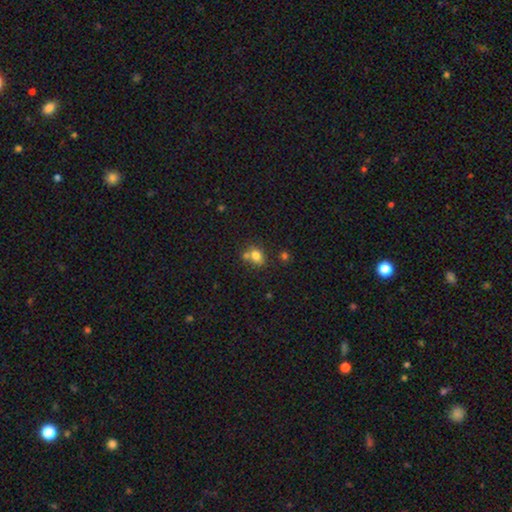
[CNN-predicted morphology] smooth_or_featured: smooth (p=0.77) [alt: star or artifact p=0.12]
how_rounded: in between (p=0.57) [alt: round p=0.42]
merging: none (p=0.51) [alt: merger p=0.30]